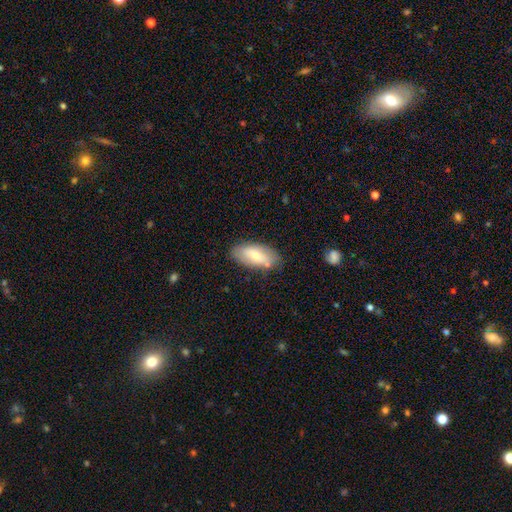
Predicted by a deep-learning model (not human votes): This appears to be a smooth galaxy with no disk features (67%) that is in between round and cigar-shaped (88%). Merging: none (78%).